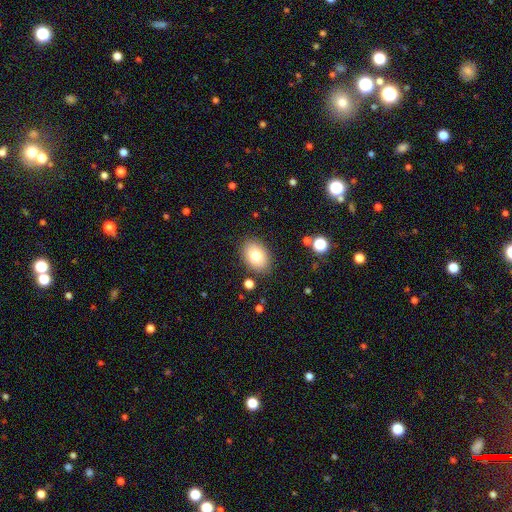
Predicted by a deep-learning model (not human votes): A smooth galaxy with no disk features (78%) that is in between round and cigar-shaped (78%). Merging: none (86%).